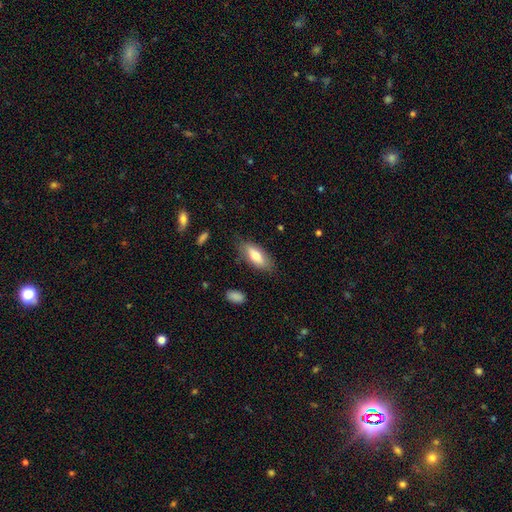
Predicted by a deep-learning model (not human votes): Morphology: type=smooth (73%); roundness=in between (77%); merging=none (78%).